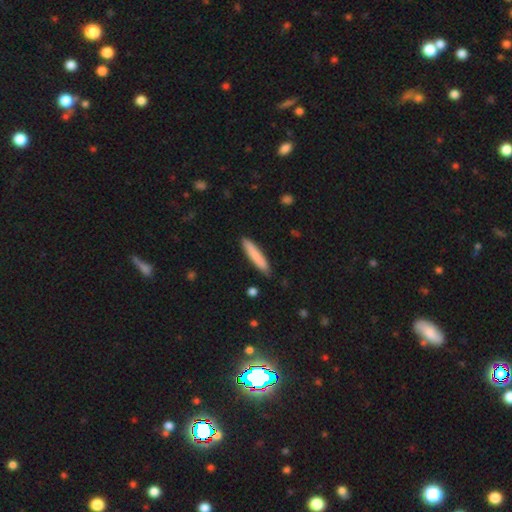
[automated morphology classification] Smooth or featured?
  - smooth: 82% *
  - featured or disk: 13%
  - star or artifact: 5%
How rounded?
  - cigar-shaped: 92% *
  - in between: 7%
  - round: 1%
Merging?
  - none: 88% *
  - minor disturbance: 9%
  - major disturbance: 2%
  - merger: 1%